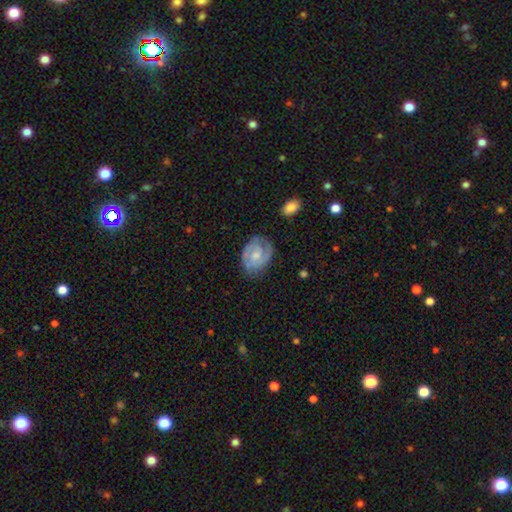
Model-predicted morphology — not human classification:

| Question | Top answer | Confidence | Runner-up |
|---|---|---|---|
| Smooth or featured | featured or disk | 78% | smooth (17%) |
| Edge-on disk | no | 98% | yes (2%) |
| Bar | no | 54% | weak (39%) |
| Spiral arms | yes | 93% | no (7%) |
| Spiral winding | tight | 56% | medium (35%) |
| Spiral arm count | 2 | 67% | can't tell (14%) |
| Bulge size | small | 42% | moderate (37%) |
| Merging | none | 71% | minor disturbance (20%) |